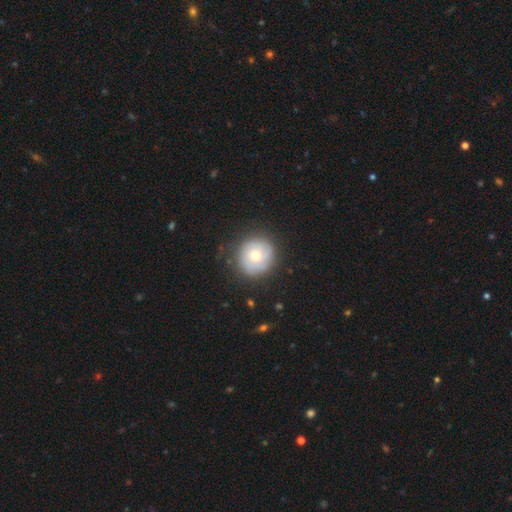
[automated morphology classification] Smooth or featured: smooth — 56% (featured or disk — 35%)
How rounded: round — 91% (in between — 8%)
Merging: none — 79% (minor disturbance — 15%)